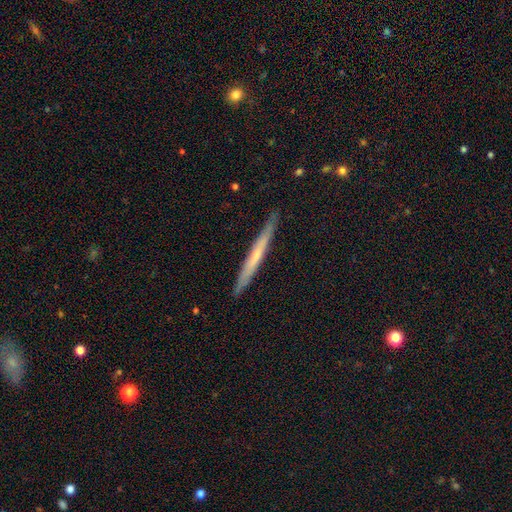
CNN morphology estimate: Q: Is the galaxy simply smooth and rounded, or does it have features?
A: featured or disk — 48%.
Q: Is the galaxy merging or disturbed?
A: none — 89%.